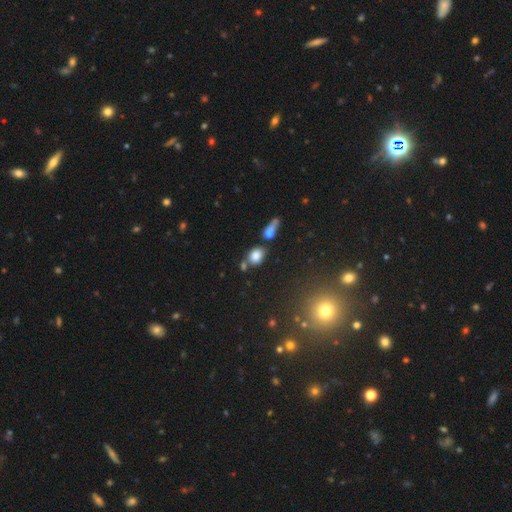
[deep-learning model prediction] Q: Smooth or featured?
A: smooth (79%); runner-up: star or artifact (11%)
Q: How rounded?
A: in between (59%); runner-up: round (38%)
Q: Merging?
A: none (59%); runner-up: merger (23%)